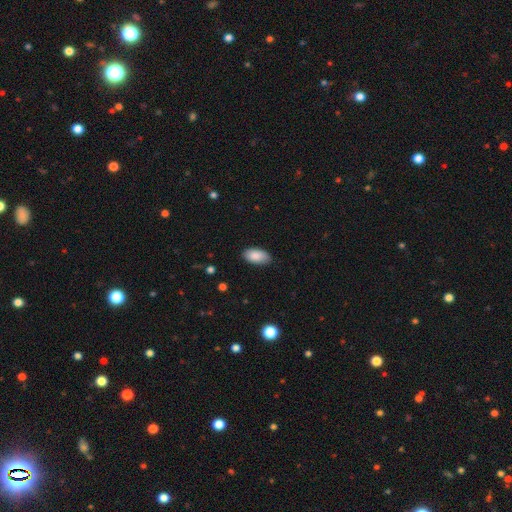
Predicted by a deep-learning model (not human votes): Smooth or featured?
  - smooth: 88% *
  - star or artifact: 6%
  - featured or disk: 5%
How rounded?
  - in between: 95% *
  - round: 3%
  - cigar-shaped: 2%
Merging?
  - none: 84% *
  - minor disturbance: 12%
  - major disturbance: 2%
  - merger: 1%